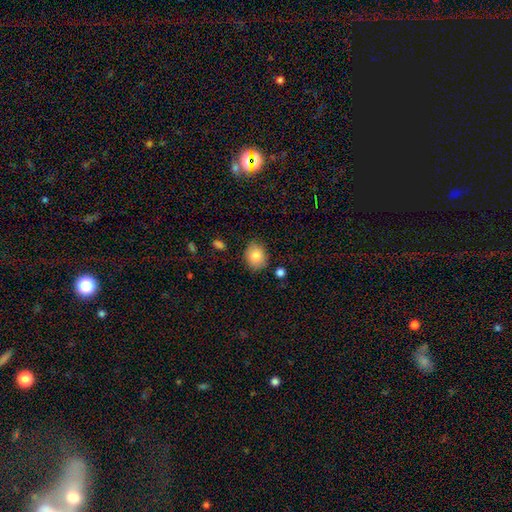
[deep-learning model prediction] smooth_or_featured: smooth (p=0.84) [alt: featured or disk p=0.08]
how_rounded: round (p=0.59) [alt: in between p=0.40]
merging: none (p=0.80) [alt: minor disturbance p=0.15]